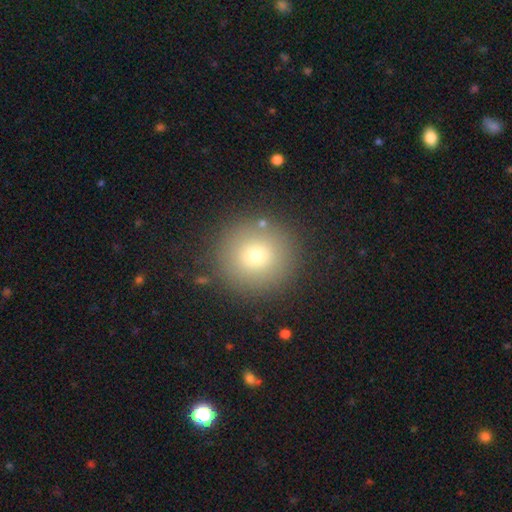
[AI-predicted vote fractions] smooth 73%, star or artifact 15%, featured or disk 12%. Down the decision tree: how rounded — round (95%); merging — none (88%).